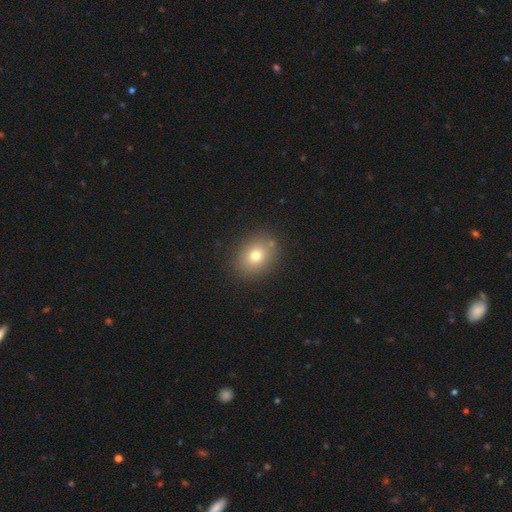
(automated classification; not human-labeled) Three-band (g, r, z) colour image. It shows a smooth galaxy with no disk features (74%) that is in between round and cigar-shaped (51%). Merging: none (84%).